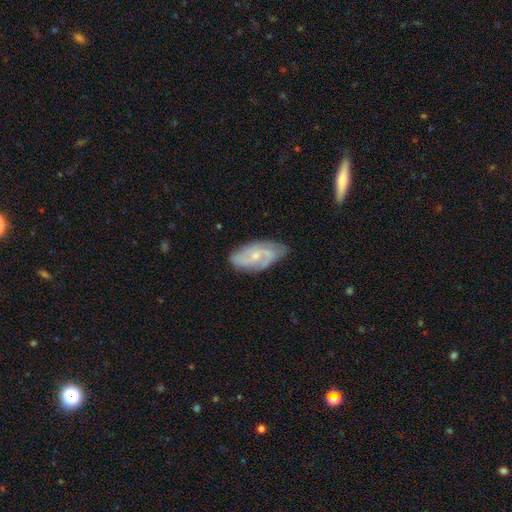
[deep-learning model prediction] A featured or disk galaxy (68%) with no bar (61%), 2 (52%) medium (44%) spiral arms (89%) and a small central bulge (64%).

Vote fractions:
- Smooth or featured? featured or disk: 68% / smooth: 26% / star or artifact: 6%
- Edge-on disk? no: 93% / yes: 7%
- Bar? no: 61% / weak: 33% / strong: 6%
- Spiral arms? yes: 89% / no: 11%
- Spiral winding? medium: 44% / tight: 33% / loose: 24%
- Spiral arm count? 2: 52% / can't tell: 23% / 3: 15% / 4: 3% / 1: 3% / more than 4: 2%
- Bulge size? small: 64% / moderate: 30% / none: 4% / large: 1% / dominant: 1%
- Merging? none: 68% / minor disturbance: 25% / major disturbance: 6% / merger: 2%